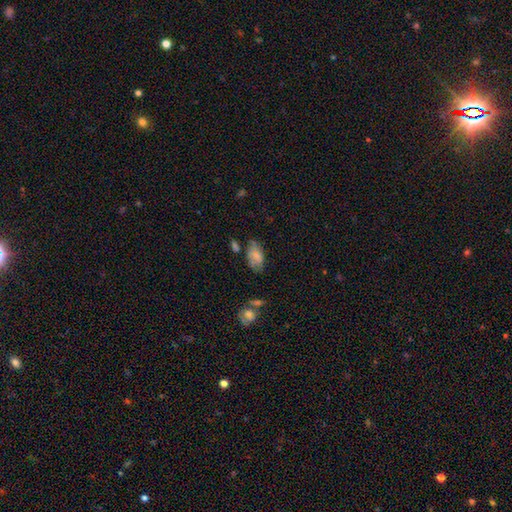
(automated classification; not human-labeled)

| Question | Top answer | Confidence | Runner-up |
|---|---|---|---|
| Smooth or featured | smooth | 74% | featured or disk (18%) |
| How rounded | in between | 93% | round (5%) |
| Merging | none | 58% | minor disturbance (27%) |